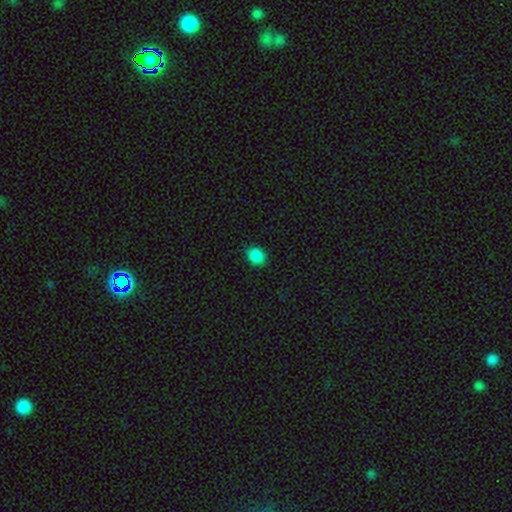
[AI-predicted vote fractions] Q: Smooth or featured?
A: smooth (87%); runner-up: star or artifact (10%)
Q: How rounded?
A: in between (54%); runner-up: round (45%)
Q: Merging?
A: none (87%); runner-up: minor disturbance (10%)